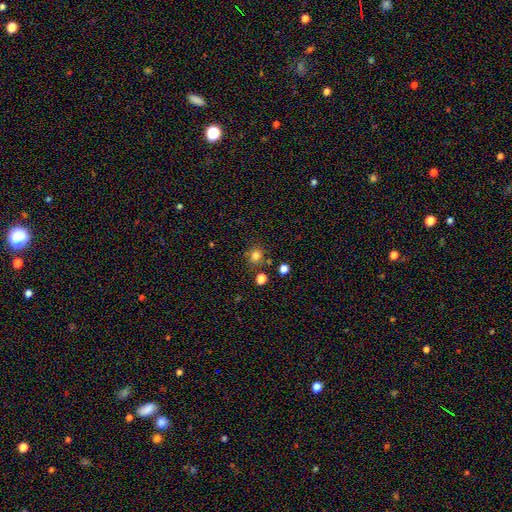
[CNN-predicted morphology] This appears to be a smooth galaxy with no disk features (80%) that is round (86%). Merging: none (79%).